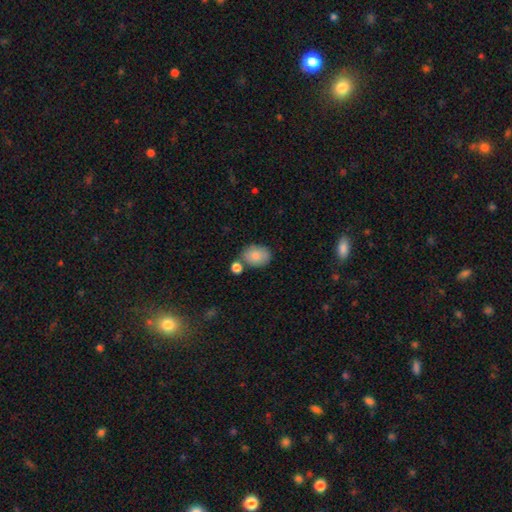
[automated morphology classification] Overall: smooth (85%). How rounded: in between (75%). Merging: none (66%).